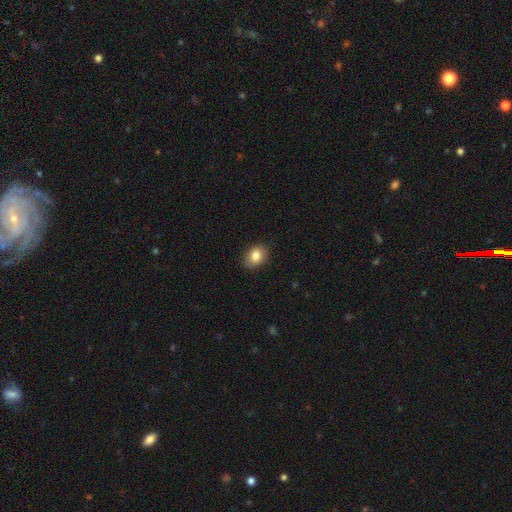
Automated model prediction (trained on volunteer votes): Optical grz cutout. It shows a smooth galaxy with no disk features (84%) that is in between round and cigar-shaped (72%). Merging: none (85%).